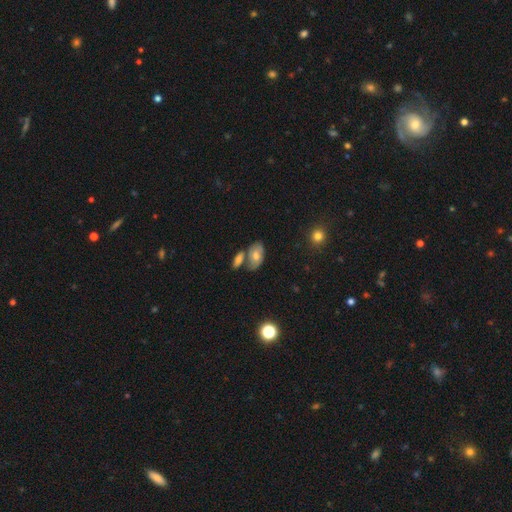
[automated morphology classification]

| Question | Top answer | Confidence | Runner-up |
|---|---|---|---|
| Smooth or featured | smooth | 47% | featured or disk (27%) |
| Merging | none | 50% | merger (30%) |